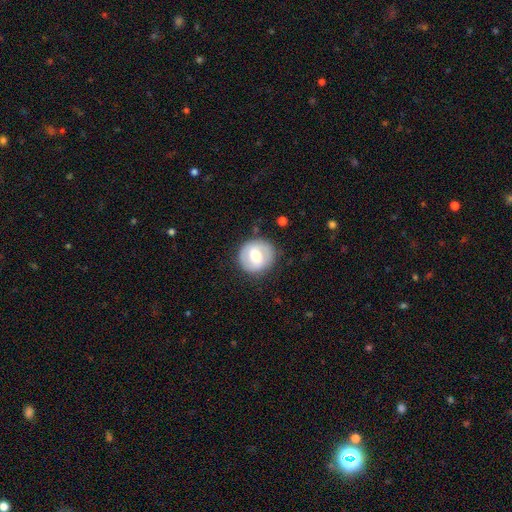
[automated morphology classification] Smooth or featured? featured or disk (47%, tied with smooth)
Merging? none (85%)